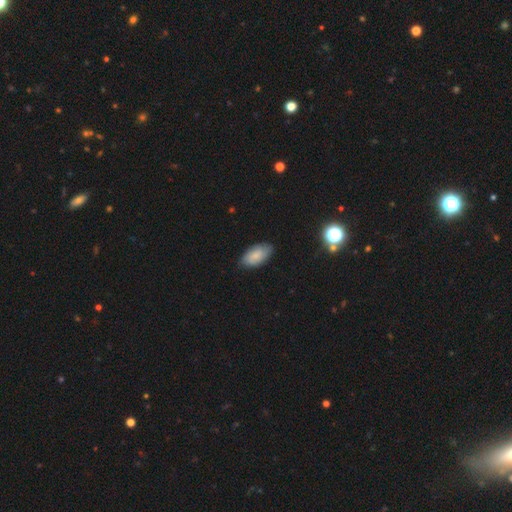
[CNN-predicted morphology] smooth_or_featured: smooth (p=0.73) [alt: featured or disk p=0.20]
how_rounded: in between (p=0.94) [alt: cigar-shaped p=0.03]
merging: none (p=0.81) [alt: minor disturbance p=0.16]